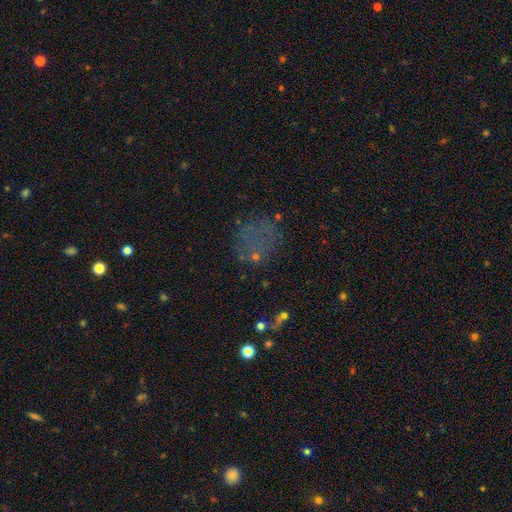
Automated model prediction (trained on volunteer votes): A smooth galaxy with no disk features (40%). Merging: none (53%).